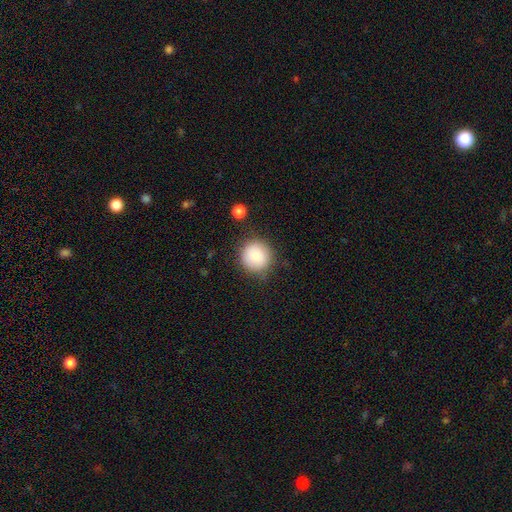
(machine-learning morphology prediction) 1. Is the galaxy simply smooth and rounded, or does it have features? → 82% smooth, 9% featured or disk, 9% star or artifact.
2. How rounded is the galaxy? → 93% round, 6% in between, 1% cigar-shaped.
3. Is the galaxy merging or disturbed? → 81% none, 12% minor disturbance, 4% major disturbance, 2% merger.